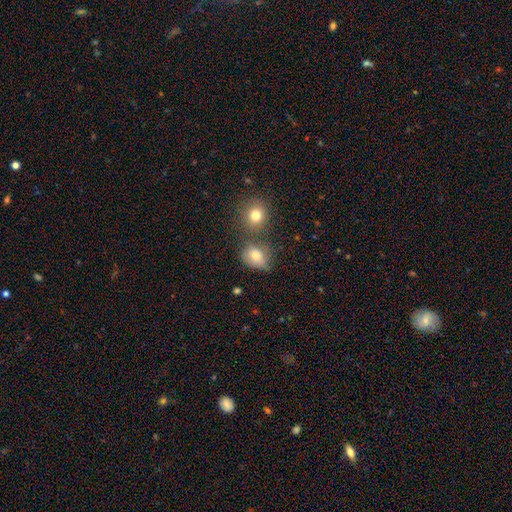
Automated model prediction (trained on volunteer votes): Smooth or featured? Predicted: smooth (p=0.78). How rounded? Predicted: in between (p=0.49, tied with round). Merging? Predicted: none (p=0.51).